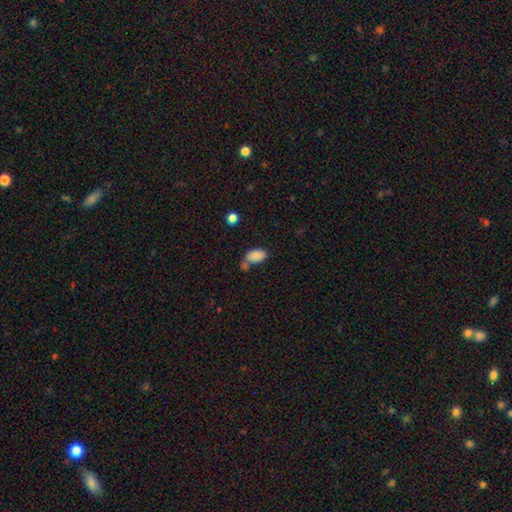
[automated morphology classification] type=smooth (87%); roundness=in between (94%); merging=none (52%).